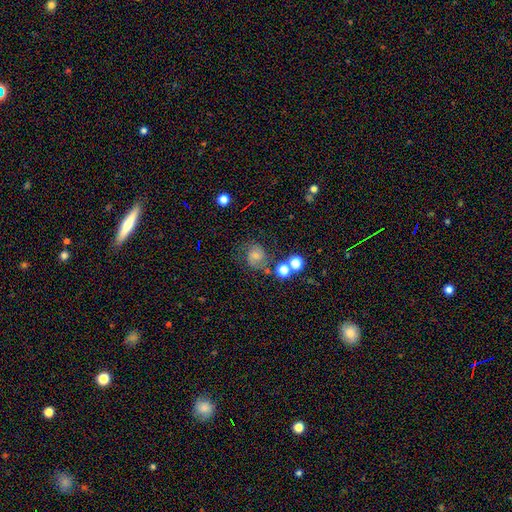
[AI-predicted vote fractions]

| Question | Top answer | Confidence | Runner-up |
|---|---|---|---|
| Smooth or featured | smooth | 46% | featured or disk (39%) |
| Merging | none | 60% | minor disturbance (19%) |